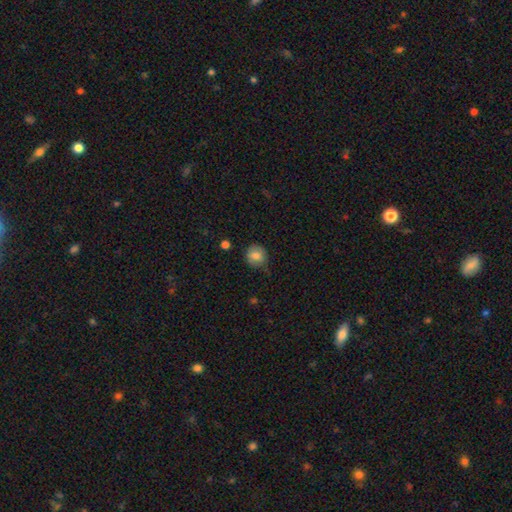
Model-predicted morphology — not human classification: Smooth or featured? Predicted: smooth (p=0.81). How rounded? Predicted: round (p=0.84). Merging? Predicted: none (p=0.72).